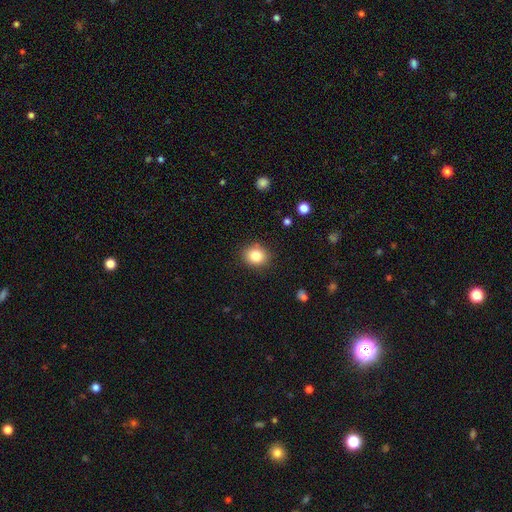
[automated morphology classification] This appears to be a smooth galaxy with no disk features (83%) that is round (69%). Merging: none (87%).